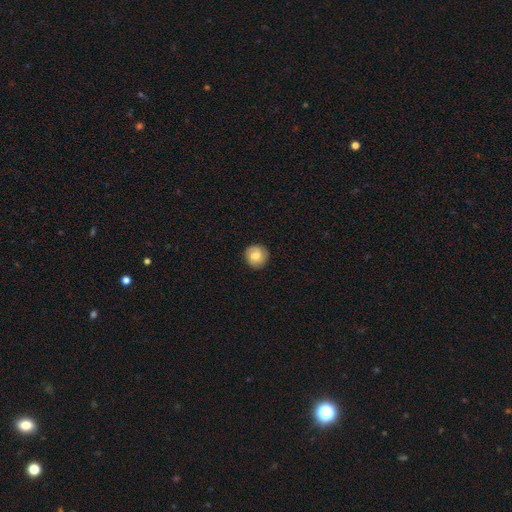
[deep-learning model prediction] Smooth or featured? smooth (63%)
How rounded? round (93%)
Merging? none (88%)